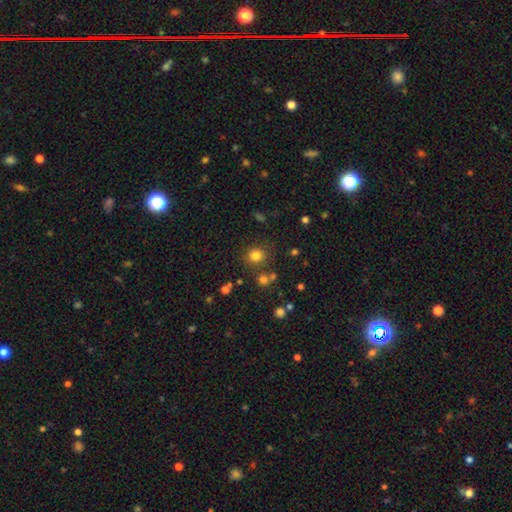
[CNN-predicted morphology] smooth-or-featured: smooth: 78% | star or artifact: 15% | featured or disk: 7%
  how-rounded: round: 84% | in between: 15% | cigar-shaped: 1%
  merging: none: 80% | minor disturbance: 9% | merger: 7% | major disturbance: 4%